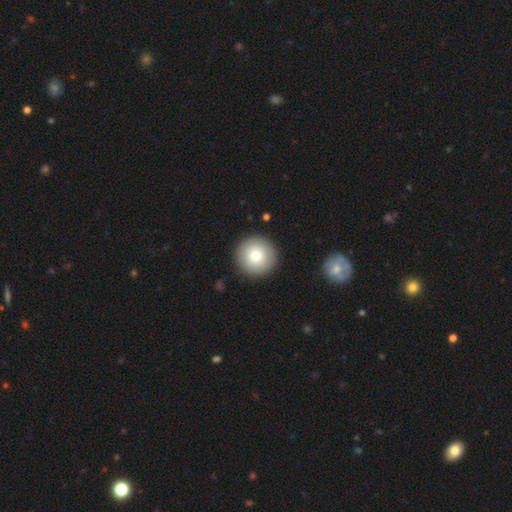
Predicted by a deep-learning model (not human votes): Q: Smooth or featured?
A: smooth (79%); runner-up: featured or disk (13%)
Q: How rounded?
A: round (96%); runner-up: in between (3%)
Q: Merging?
A: none (91%); runner-up: minor disturbance (5%)